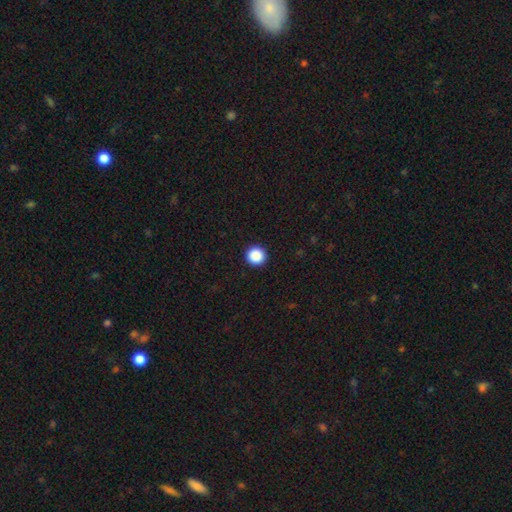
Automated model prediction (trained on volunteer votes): smooth_or_featured: smooth (p=0.89) [alt: star or artifact p=0.09]
how_rounded: round (p=0.96) [alt: in between p=0.03]
merging: none (p=0.94) [alt: minor disturbance p=0.04]